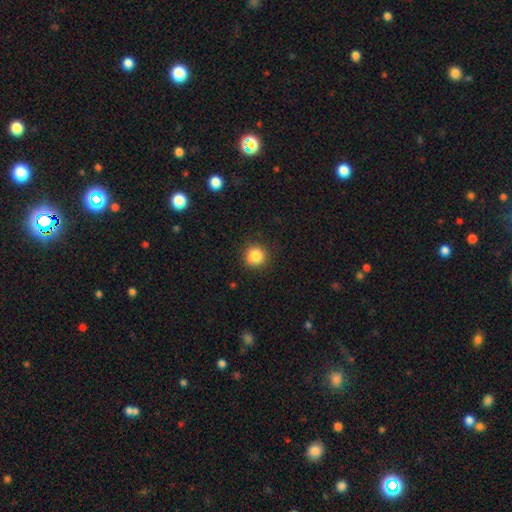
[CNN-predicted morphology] This appears to be a smooth galaxy with no disk features (85%) that is round (92%). Merging: none (88%).